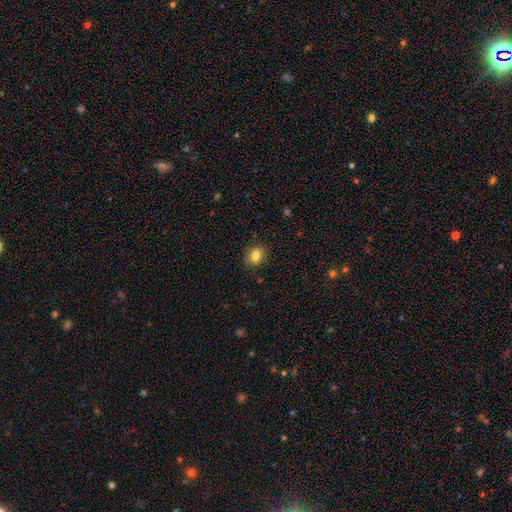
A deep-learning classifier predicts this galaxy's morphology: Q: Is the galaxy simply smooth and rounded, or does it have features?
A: smooth — 82%.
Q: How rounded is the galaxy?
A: in between — 61%.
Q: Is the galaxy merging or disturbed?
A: none — 85%.